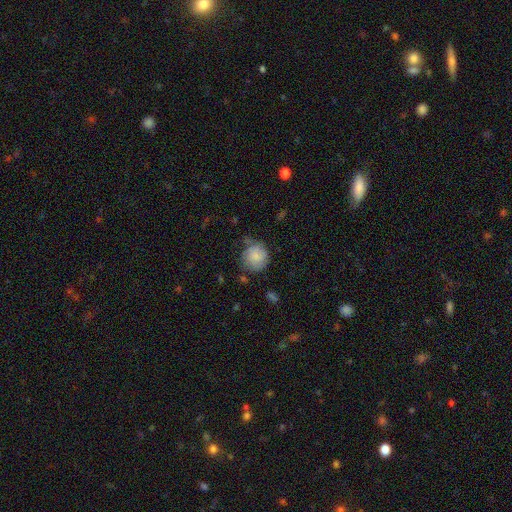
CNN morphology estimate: smooth-or-featured: smooth: 76% | featured or disk: 16% | star or artifact: 8%
  how-rounded: round: 86% | in between: 13% | cigar-shaped: 1%
  merging: none: 57% | minor disturbance: 30% | major disturbance: 10% | merger: 4%